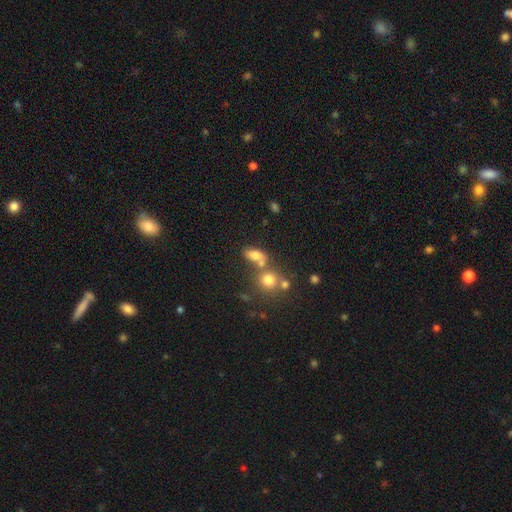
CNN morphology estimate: smooth 74%, star or artifact 13%, featured or disk 13%. Down the decision tree: how rounded — in between (77%); merging — none (46%).